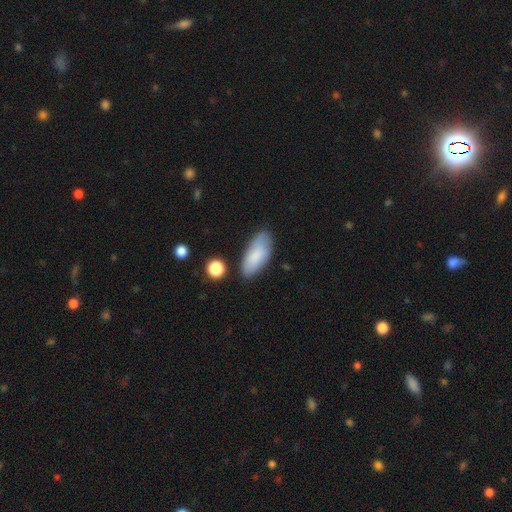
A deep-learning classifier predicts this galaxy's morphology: smooth 83%, featured or disk 10%, star or artifact 6%. Down the decision tree: how rounded — in between (87%); merging — none (74%).